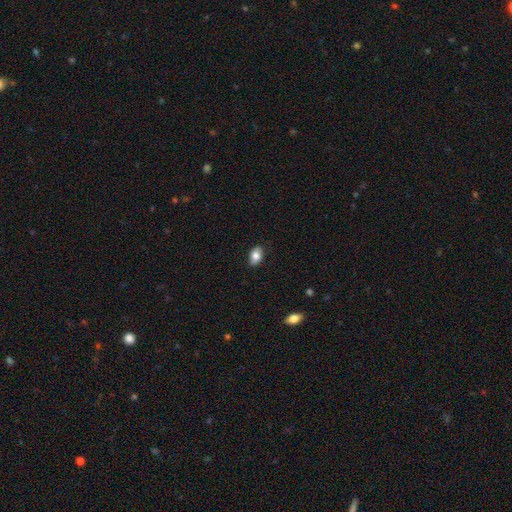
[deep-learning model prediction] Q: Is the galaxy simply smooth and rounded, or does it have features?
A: smooth — 79%.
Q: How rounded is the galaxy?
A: in between — 89%.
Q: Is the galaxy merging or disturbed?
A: none — 85%.